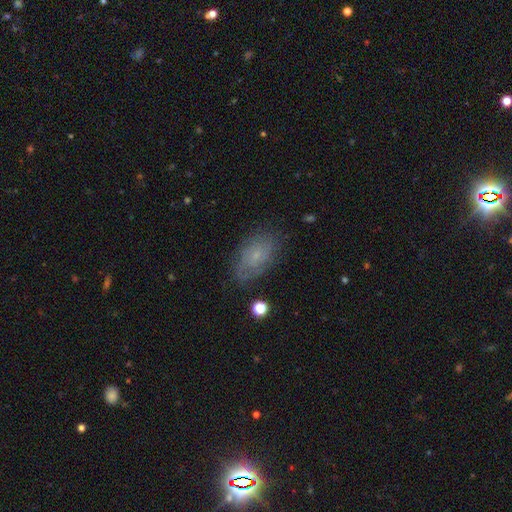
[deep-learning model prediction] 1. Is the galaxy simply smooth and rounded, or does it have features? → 45% smooth, 44% featured or disk, 11% star or artifact.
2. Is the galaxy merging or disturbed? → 71% none, 20% minor disturbance, 7% major disturbance, 2% merger.